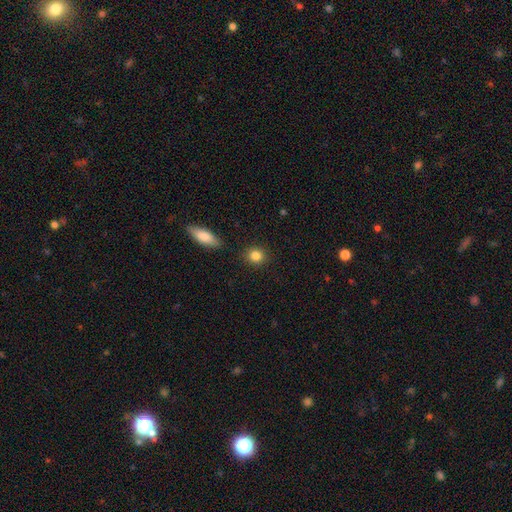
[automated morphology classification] type=smooth (85%); roundness=round (79%); merging=none (88%).